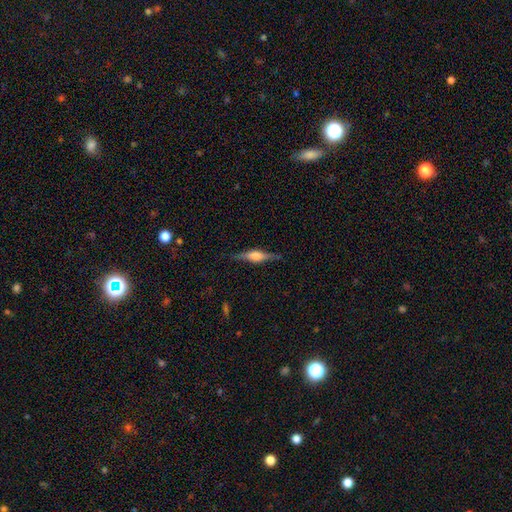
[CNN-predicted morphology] This appears to be a featured or disk galaxy (71%) viewed edge-on (97%) with a rounded central bulge (83%). Merging: none (86%).